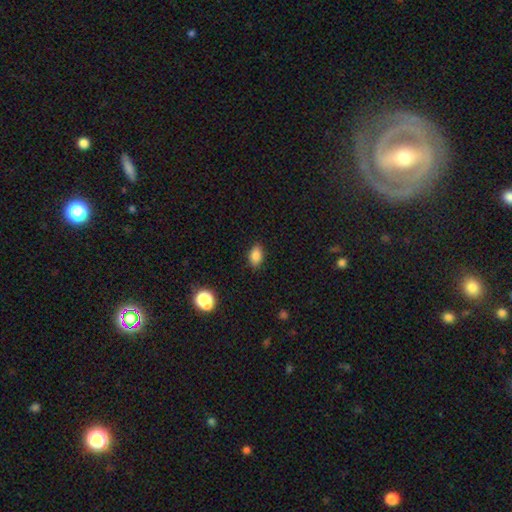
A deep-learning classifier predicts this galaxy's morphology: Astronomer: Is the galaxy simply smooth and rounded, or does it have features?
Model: smooth — 85%.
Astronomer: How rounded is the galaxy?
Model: in between — 85%.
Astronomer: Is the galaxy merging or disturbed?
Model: none — 86%.